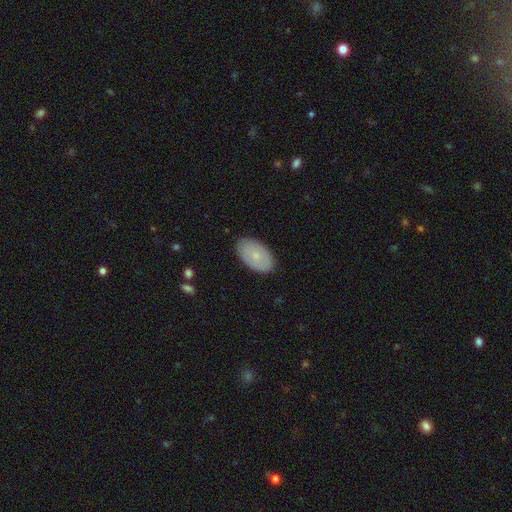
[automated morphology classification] Q: Smooth or featured?
A: smooth (72%); runner-up: featured or disk (22%)
Q: How rounded?
A: in between (93%); runner-up: round (5%)
Q: Merging?
A: none (86%); runner-up: minor disturbance (11%)